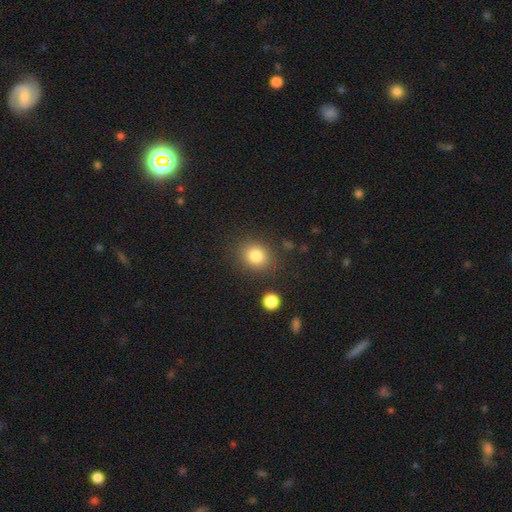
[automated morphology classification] smooth-or-featured: smooth: 82% | star or artifact: 11% | featured or disk: 7%
  how-rounded: round: 69% | in between: 30% | cigar-shaped: 1%
  merging: none: 83% | minor disturbance: 10% | major disturbance: 4% | merger: 3%